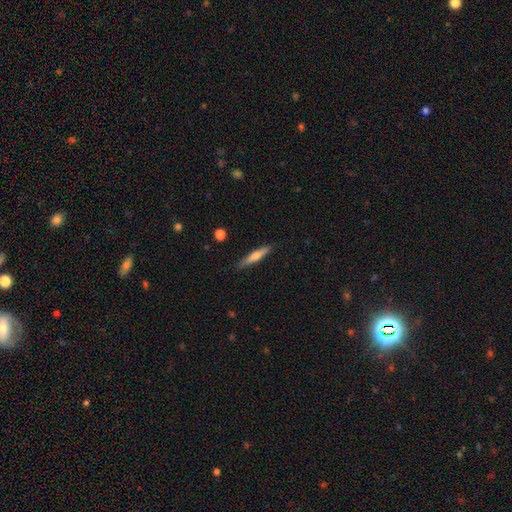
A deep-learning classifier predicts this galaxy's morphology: A smooth galaxy with no disk features (57%) that is cigar-shaped (90%). Merging: none (87%).